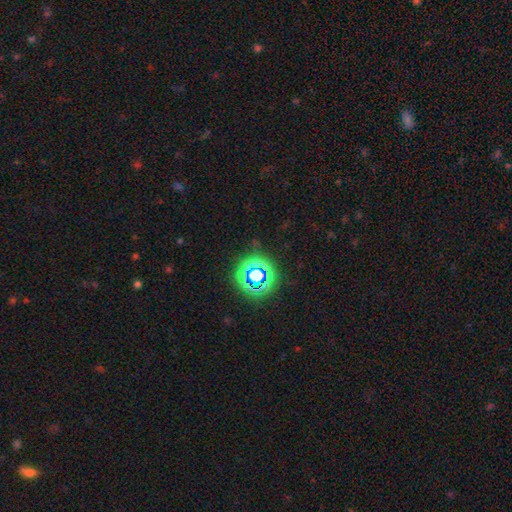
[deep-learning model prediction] The model was most divided on "smooth or featured": star or artifact: 73%, smooth: 22%, featured or disk: 5%.